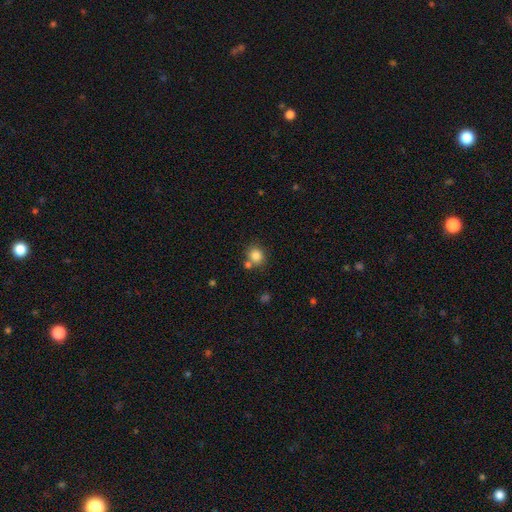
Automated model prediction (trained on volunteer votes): Morphology: type=smooth (84%); roundness=round (81%); merging=none (68%).